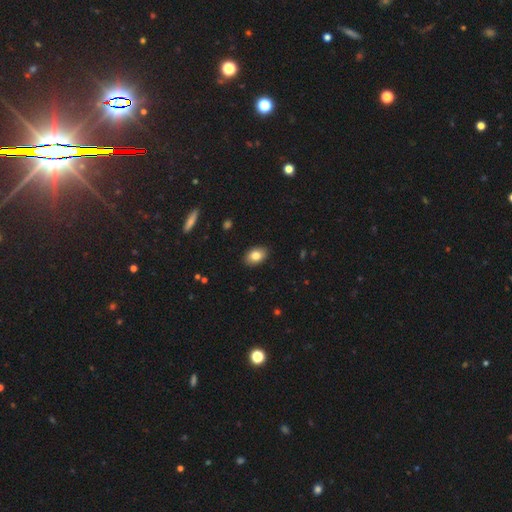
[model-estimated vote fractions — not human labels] Smooth or featured: smooth — 83% (featured or disk — 9%)
How rounded: in between — 85% (round — 14%)
Merging: none — 89% (minor disturbance — 8%)